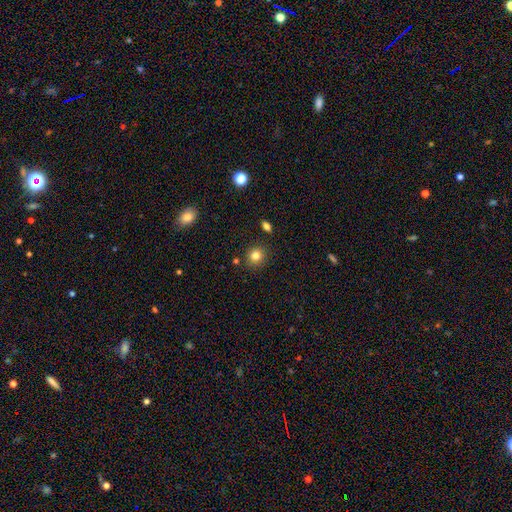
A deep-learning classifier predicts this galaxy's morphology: smooth 81%, star or artifact 12%, featured or disk 7%. Down the decision tree: how rounded — round (84%); merging — none (85%).